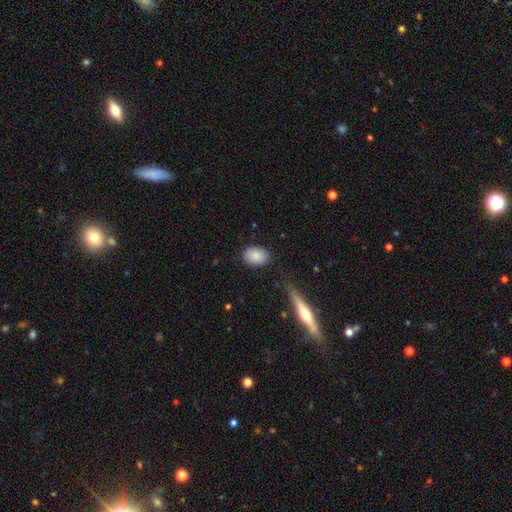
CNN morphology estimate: Smooth or featured? Predicted: smooth (p=0.85). How rounded? Predicted: in between (p=0.72). Merging? Predicted: none (p=0.84).